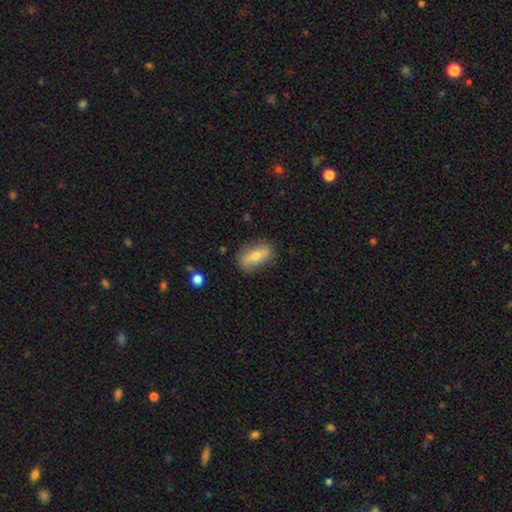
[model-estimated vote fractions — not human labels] This appears to be a smooth galaxy with no disk features (62%) that is in between round and cigar-shaped (82%). Merging: none (80%).